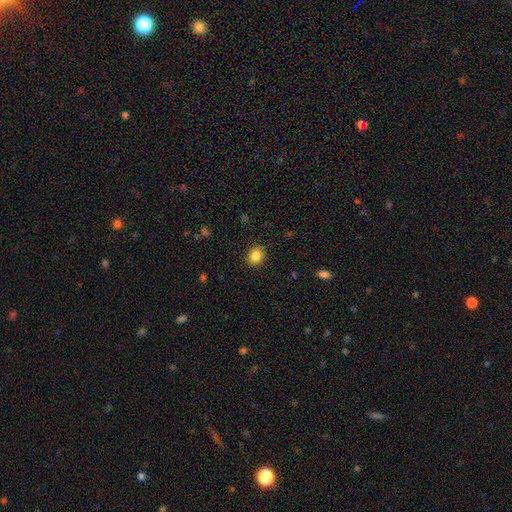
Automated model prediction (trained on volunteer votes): smooth 85%, star or artifact 10%, featured or disk 5%. Down the decision tree: how rounded — round (73%); merging — none (89%).